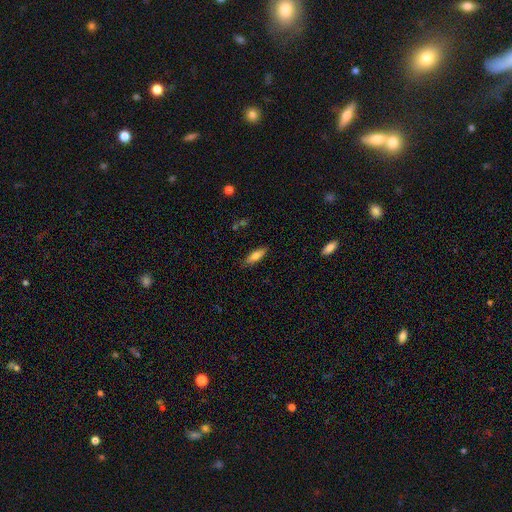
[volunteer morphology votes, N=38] Q: Smooth or featured?
A: smooth (79%); runner-up: featured or disk (16%)
Q: How rounded?
A: in between (73%); runner-up: cigar-shaped (27%)
Q: Merging?
A: none (83%); runner-up: minor disturbance (14%)